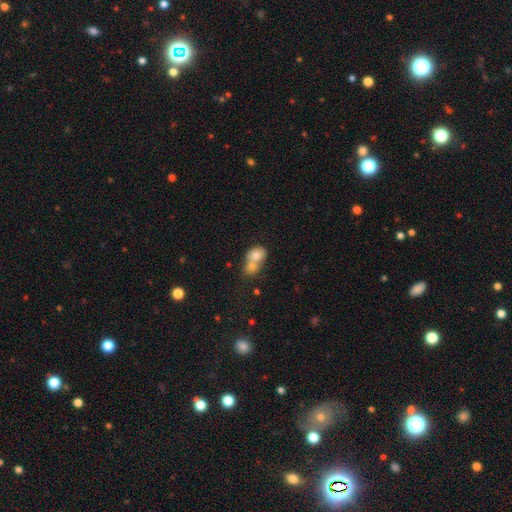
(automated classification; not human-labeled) Overall: smooth (76%). How rounded: round (53%; in between 45%). Merging: merger (70%).